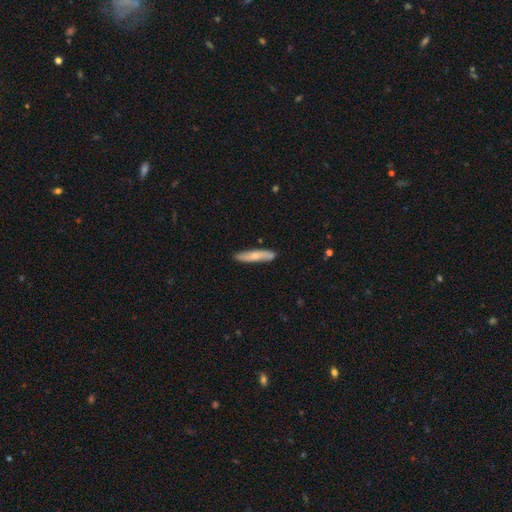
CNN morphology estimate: Smooth or featured?
  - smooth: 62% *
  - featured or disk: 32%
  - star or artifact: 5%
How rounded?
  - cigar-shaped: 87% *
  - in between: 12%
  - round: 2%
Merging?
  - none: 85% *
  - minor disturbance: 12%
  - major disturbance: 2%
  - merger: 2%